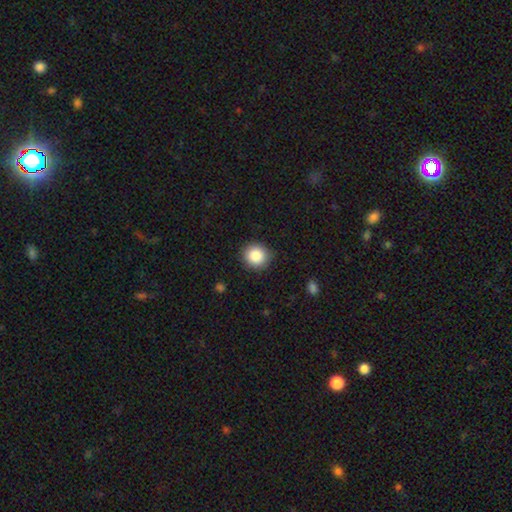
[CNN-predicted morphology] Smooth or featured? Predicted: smooth (p=0.87). How rounded? Predicted: round (p=0.90). Merging? Predicted: none (p=0.89).